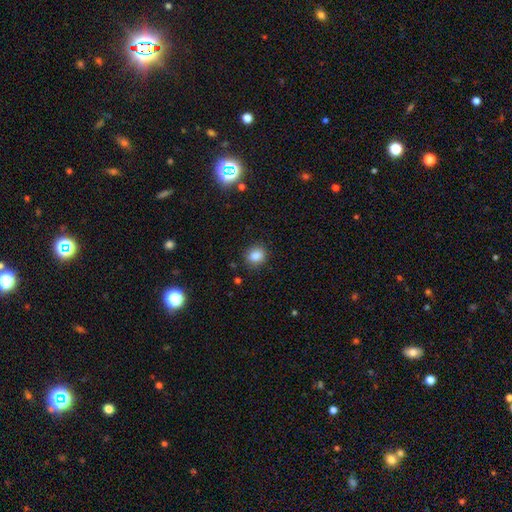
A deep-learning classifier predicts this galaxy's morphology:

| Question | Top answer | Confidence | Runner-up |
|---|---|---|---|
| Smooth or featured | smooth | 85% | star or artifact (11%) |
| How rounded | round | 73% | in between (26%) |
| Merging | none | 86% | minor disturbance (10%) |